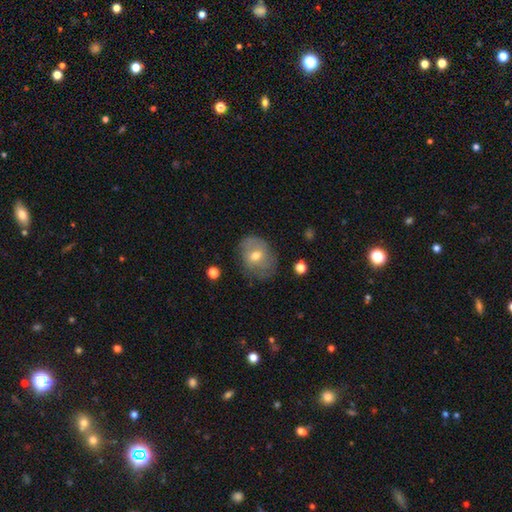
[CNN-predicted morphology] smooth-or-featured: smooth: 57% | featured or disk: 35% | star or artifact: 9%
  how-rounded: in between: 53% | round: 46% | cigar-shaped: 1%
  merging: none: 64% | minor disturbance: 24% | major disturbance: 10% | merger: 2%